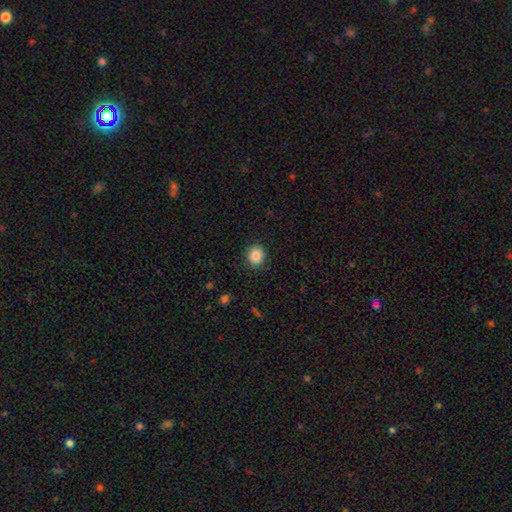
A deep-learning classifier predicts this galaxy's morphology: Smooth or featured?
  - smooth: 87% *
  - star or artifact: 9%
  - featured or disk: 4%
How rounded?
  - round: 67% *
  - in between: 32%
  - cigar-shaped: 1%
Merging?
  - none: 88% *
  - minor disturbance: 9%
  - major disturbance: 3%
  - merger: 1%